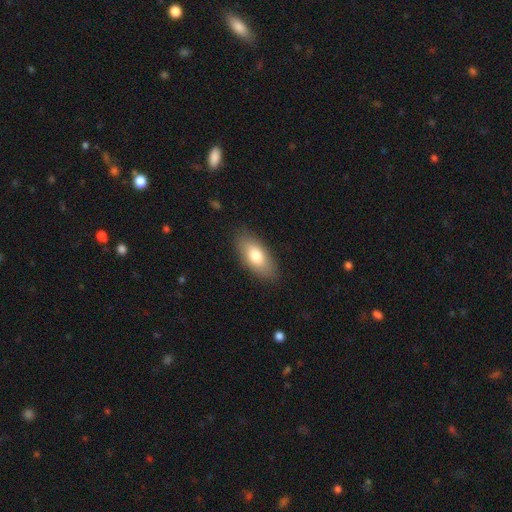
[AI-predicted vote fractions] The model was most divided on "smooth or featured": smooth: 78%, featured or disk: 16%, star or artifact: 6%. More confident: how rounded — in between (89%); merging — none (86%).